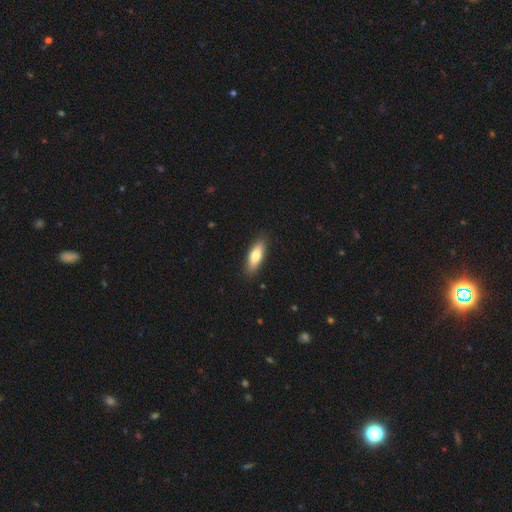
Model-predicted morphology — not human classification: This appears to be a smooth galaxy with no disk features (75%) that is in between round and cigar-shaped (60%). Merging: none (89%).